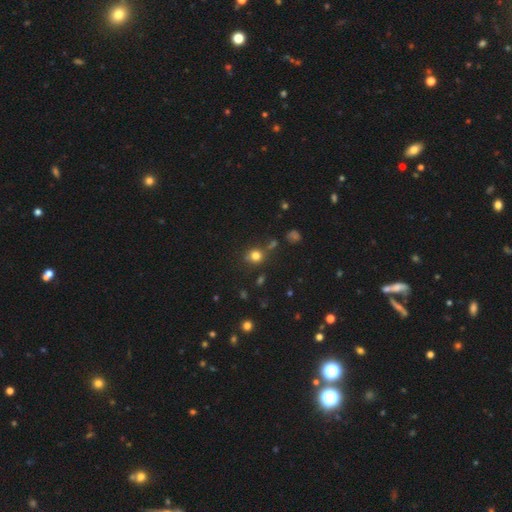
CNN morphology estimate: Smooth or featured? Predicted: smooth (p=0.77). How rounded? Predicted: round (p=0.82). Merging? Predicted: none (p=0.72).